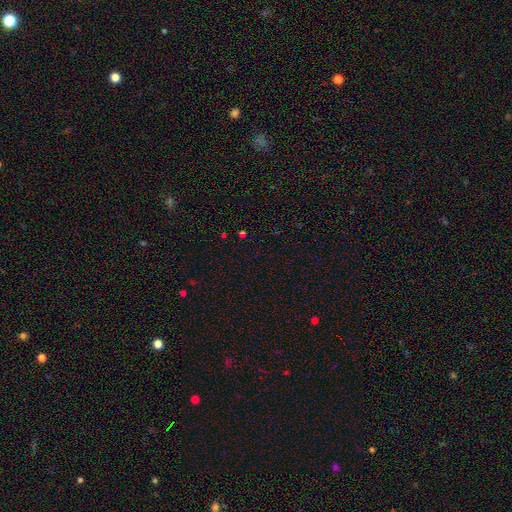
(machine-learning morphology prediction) smooth-or-featured: star or artifact: 65% | smooth: 28% | featured or disk: 7%